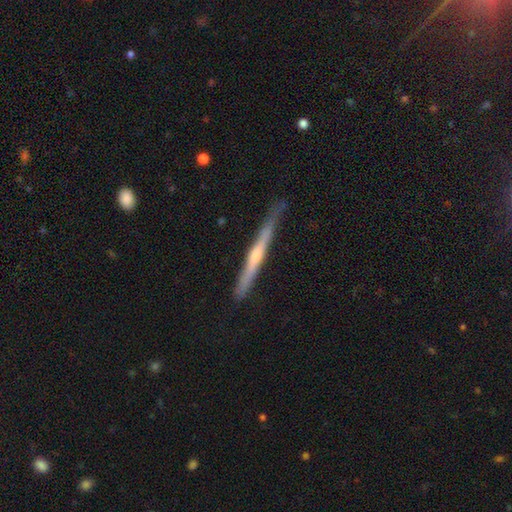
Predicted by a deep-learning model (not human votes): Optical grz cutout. It shows a featured or disk galaxy (72%) viewed edge-on (97%) with a rounded central bulge (67%). Merging: none (83%).